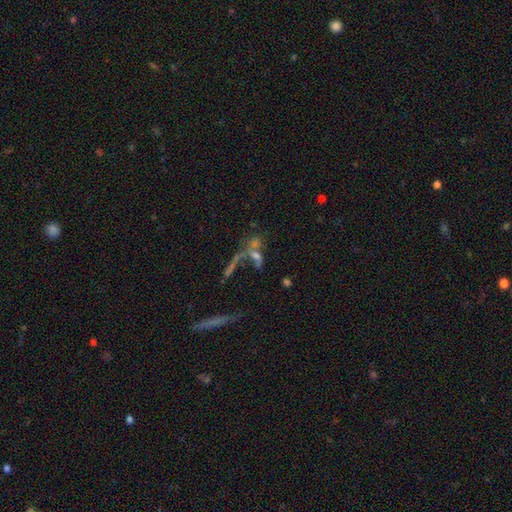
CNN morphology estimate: smooth 44%, featured or disk 34%, star or artifact 22%. Down the decision tree: merging — merger (48%).